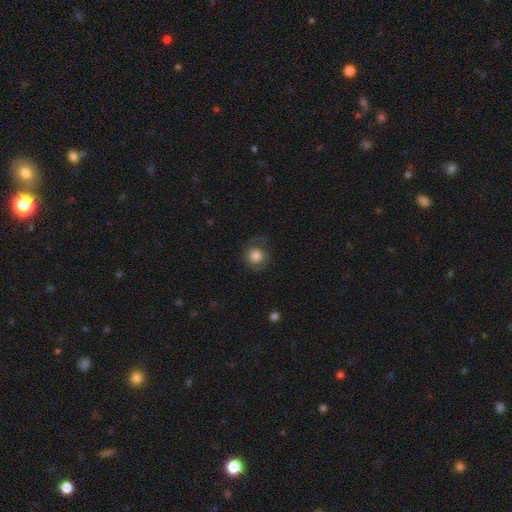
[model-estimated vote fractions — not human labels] smooth-or-featured: smooth: 76% | featured or disk: 15% | star or artifact: 9%
  how-rounded: round: 89% | in between: 10% | cigar-shaped: 1%
  merging: none: 68% | minor disturbance: 18% | major disturbance: 12% | merger: 1%